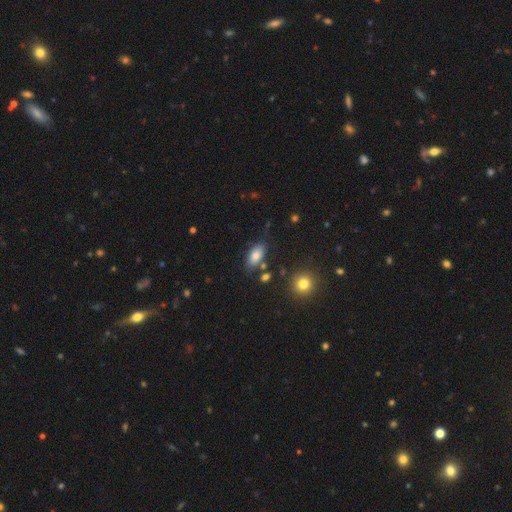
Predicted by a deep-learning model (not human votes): The model was most divided on "merging": none: 75%, minor disturbance: 15%, merger: 6%, major disturbance: 4%. More confident: how rounded — in between (90%); smooth or featured — smooth (80%).